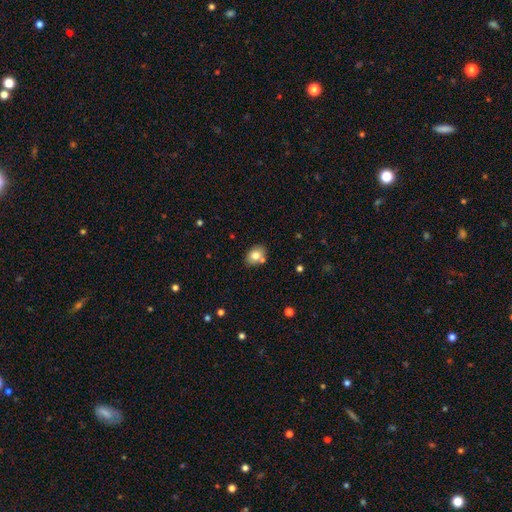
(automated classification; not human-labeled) Q: Smooth or featured?
A: smooth (78%); runner-up: featured or disk (12%)
Q: How rounded?
A: in between (66%); runner-up: round (33%)
Q: Merging?
A: none (74%); runner-up: minor disturbance (13%)